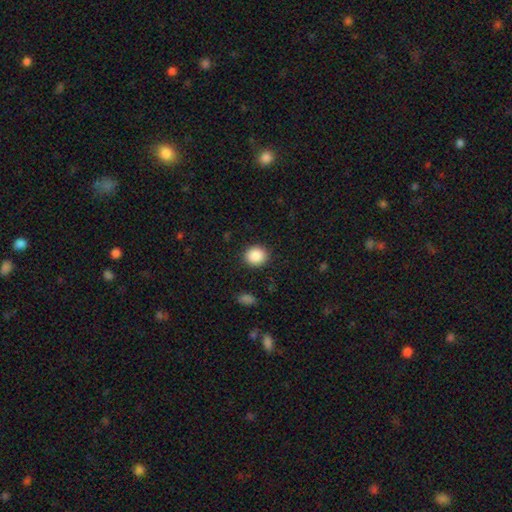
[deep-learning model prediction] smooth-or-featured: smooth: 88% | star or artifact: 8% | featured or disk: 4%
  how-rounded: round: 79% | in between: 21% | cigar-shaped: 1%
  merging: none: 90% | minor disturbance: 6% | major disturbance: 2% | merger: 1%